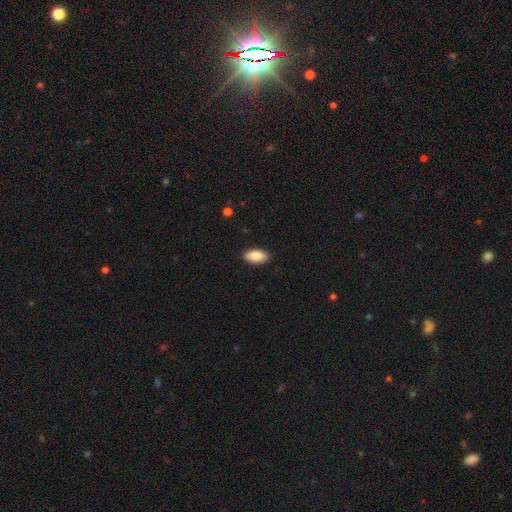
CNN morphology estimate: type=smooth (89%); roundness=in between (94%); merging=none (89%).